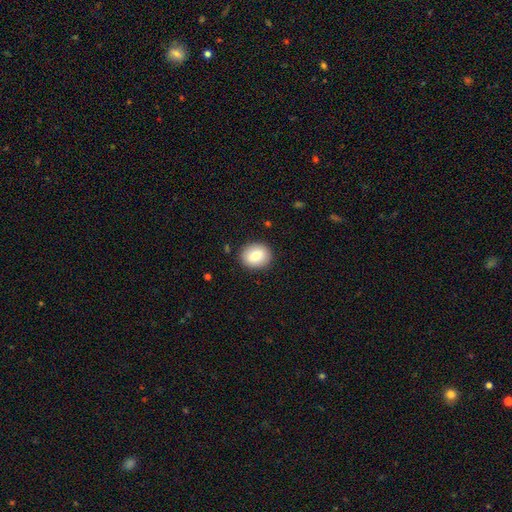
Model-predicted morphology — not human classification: A smooth galaxy with no disk features (82%) that is round (64%). Merging: none (88%).